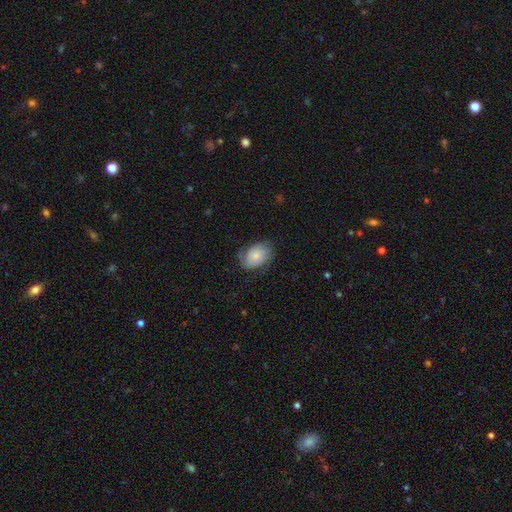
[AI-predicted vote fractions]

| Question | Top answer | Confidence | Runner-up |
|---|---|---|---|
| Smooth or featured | smooth | 58% | featured or disk (34%) |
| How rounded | in between | 80% | round (19%) |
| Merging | none | 59% | minor disturbance (27%) |